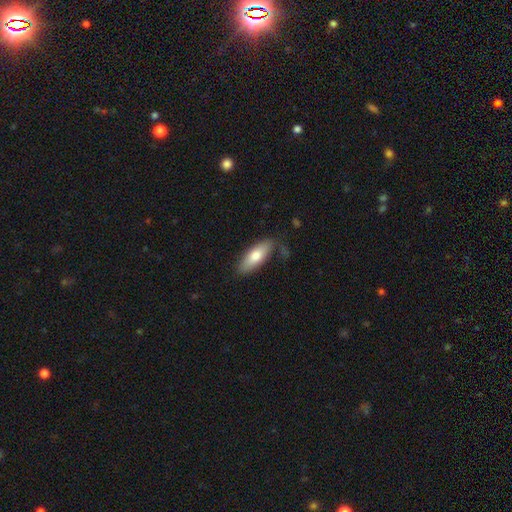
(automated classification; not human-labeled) Smooth or featured?
  - smooth: 74% *
  - featured or disk: 20%
  - star or artifact: 6%
How rounded?
  - in between: 70% *
  - cigar-shaped: 28%
  - round: 2%
Merging?
  - none: 77% *
  - minor disturbance: 16%
  - major disturbance: 4%
  - merger: 3%